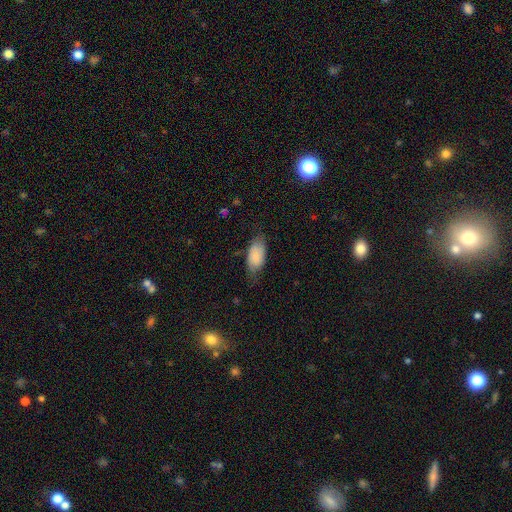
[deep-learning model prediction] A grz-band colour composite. It shows a smooth galaxy with no disk features (80%) that is in between round and cigar-shaped (92%). Merging: none (59%).